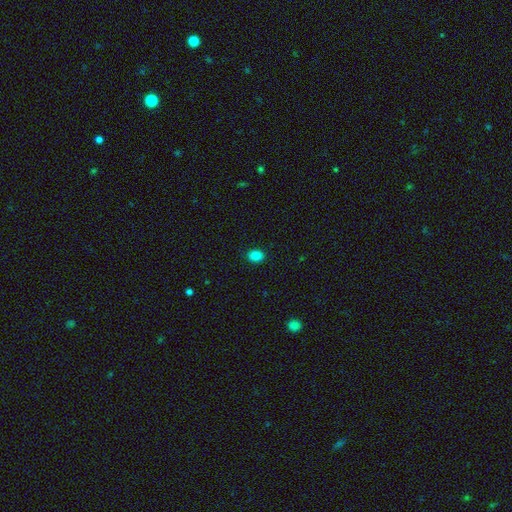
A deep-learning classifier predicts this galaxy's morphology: Smooth or featured?
  - smooth: 86% *
  - star or artifact: 11%
  - featured or disk: 3%
How rounded?
  - in between: 57% *
  - round: 42%
  - cigar-shaped: 1%
Merging?
  - none: 90% *
  - minor disturbance: 7%
  - major disturbance: 2%
  - merger: 1%